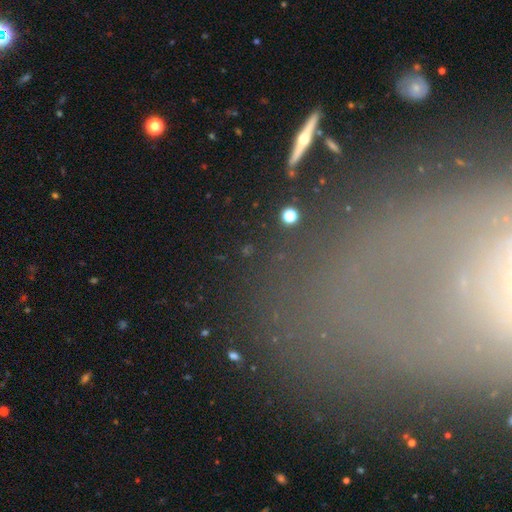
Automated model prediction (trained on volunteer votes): Smooth or featured: featured or disk — 39% (star or artifact — 38%)
Merging: none — 71% (minor disturbance — 13%)